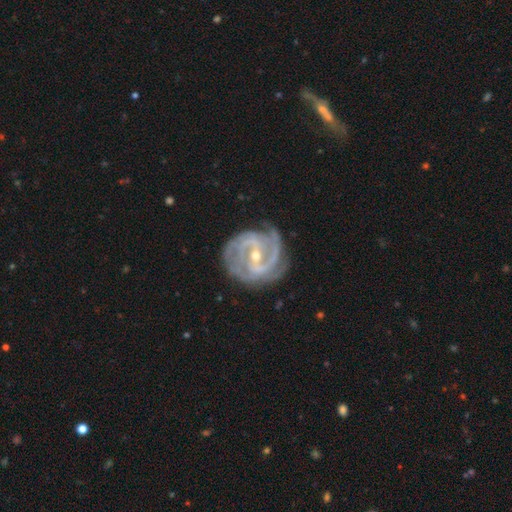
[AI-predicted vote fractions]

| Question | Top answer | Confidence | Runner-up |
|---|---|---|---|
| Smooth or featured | featured or disk | 91% | star or artifact (5%) |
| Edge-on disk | no | 97% | yes (3%) |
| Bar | weak | 42% | strong (41%) |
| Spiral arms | yes | 98% | no (2%) |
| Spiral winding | tight | 54% | medium (38%) |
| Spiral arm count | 2 | 42% | 3 (26%) |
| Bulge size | small | 60% | moderate (38%) |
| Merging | none | 71% | minor disturbance (19%) |